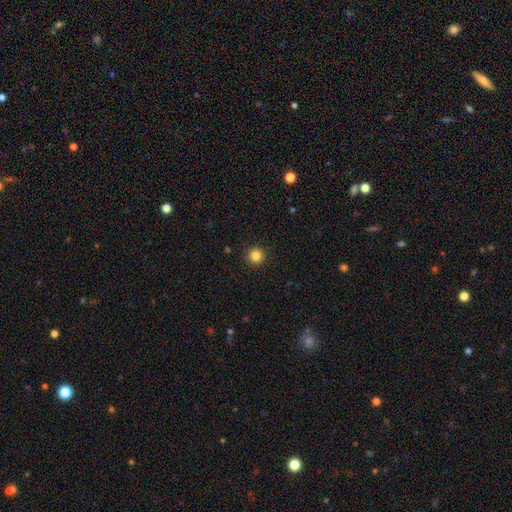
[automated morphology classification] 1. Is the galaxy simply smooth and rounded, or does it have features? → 84% smooth, 12% star or artifact, 4% featured or disk.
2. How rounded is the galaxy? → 96% round, 3% in between, 1% cigar-shaped.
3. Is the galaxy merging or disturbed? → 93% none, 4% minor disturbance, 2% major disturbance, 1% merger.